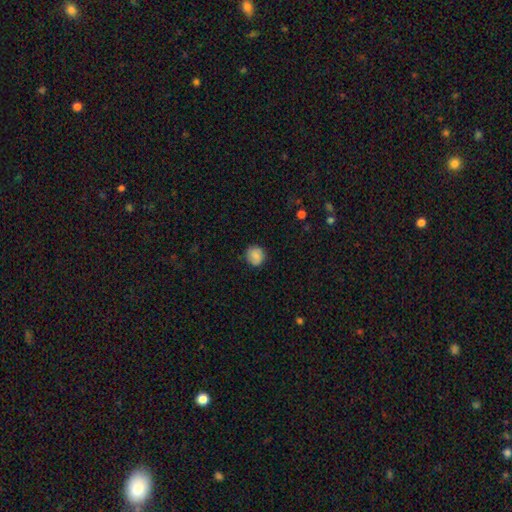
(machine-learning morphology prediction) smooth_or_featured: smooth (p=0.83) [alt: featured or disk p=0.09]
how_rounded: round (p=0.90) [alt: in between p=0.09]
merging: none (p=0.87) [alt: minor disturbance p=0.10]